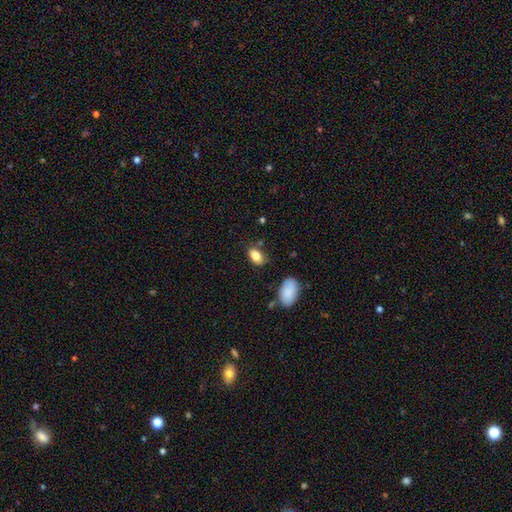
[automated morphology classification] Smooth or featured?
  - smooth: 83% *
  - featured or disk: 9%
  - star or artifact: 8%
How rounded?
  - in between: 90% *
  - round: 7%
  - cigar-shaped: 3%
Merging?
  - none: 74% *
  - minor disturbance: 18%
  - major disturbance: 4%
  - merger: 4%